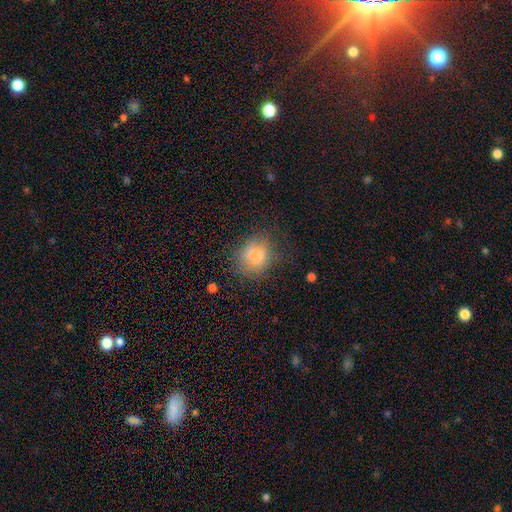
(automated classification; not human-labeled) Smooth or featured: smooth — 75% (featured or disk — 14%)
How rounded: round — 66% (in between — 33%)
Merging: none — 61% (minor disturbance — 23%)